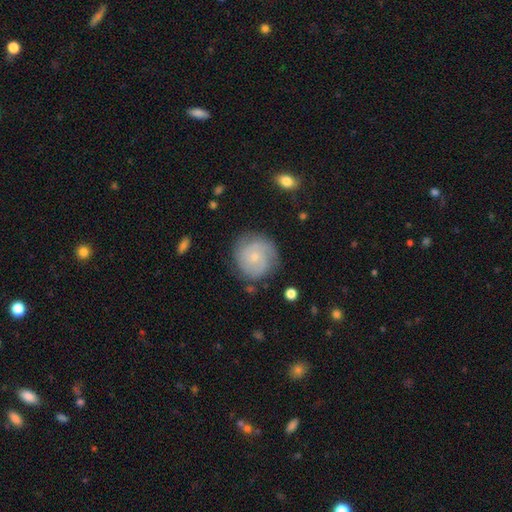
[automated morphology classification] This appears to be a featured or disk galaxy (60%) with no bar (79%), 2 (39%) tight (58%) spiral arms (89%) and a small central bulge (78%). Merging: none (78%).